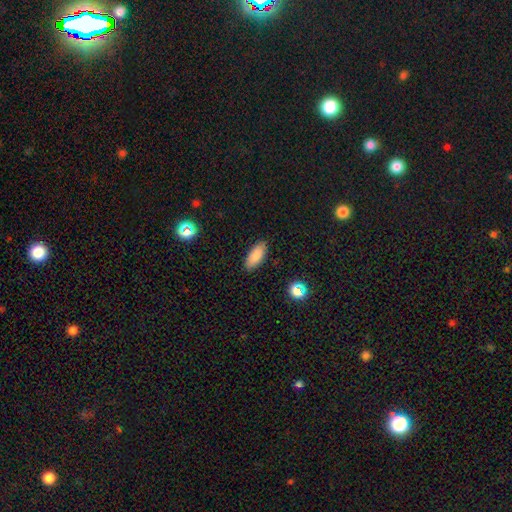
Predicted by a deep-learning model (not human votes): Overall: smooth (87%). How rounded: in between (84%). Merging: none (87%).